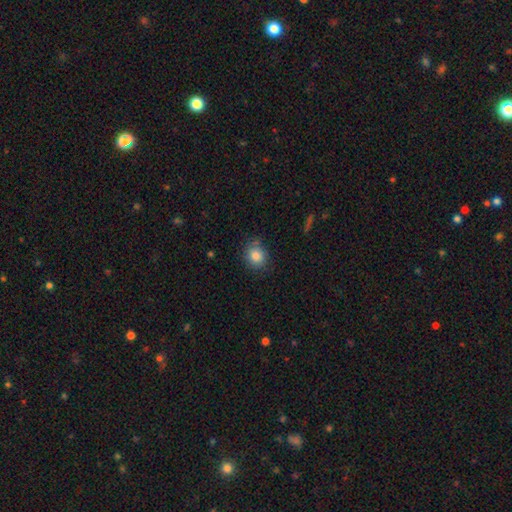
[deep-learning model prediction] Smooth or featured? smooth (85%)
How rounded? round (69%)
Merging? none (80%)